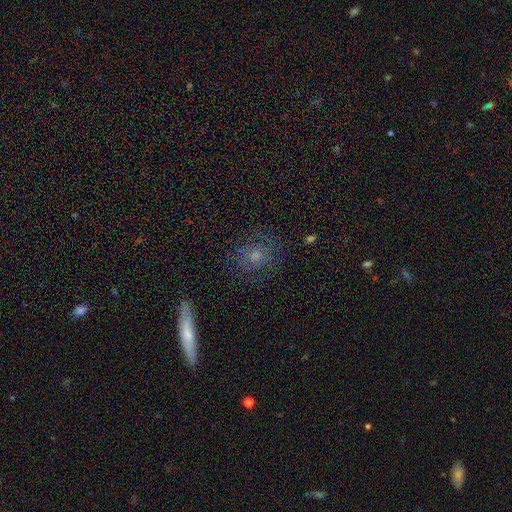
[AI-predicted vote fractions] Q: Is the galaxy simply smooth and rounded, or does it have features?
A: smooth — 41%.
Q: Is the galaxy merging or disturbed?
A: none — 83%.